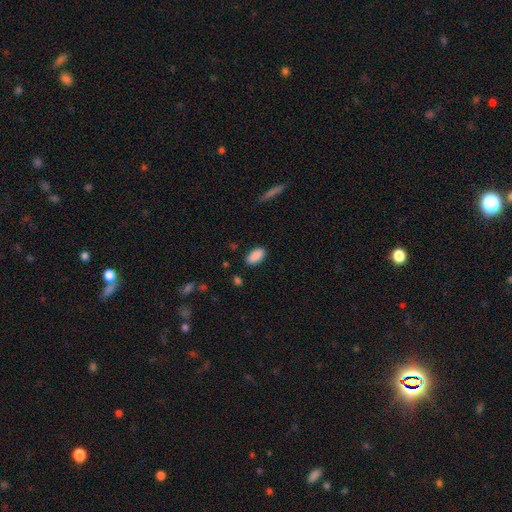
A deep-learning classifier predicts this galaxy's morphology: Smooth or featured? smooth (89%)
How rounded? in between (93%)
Merging? none (86%)